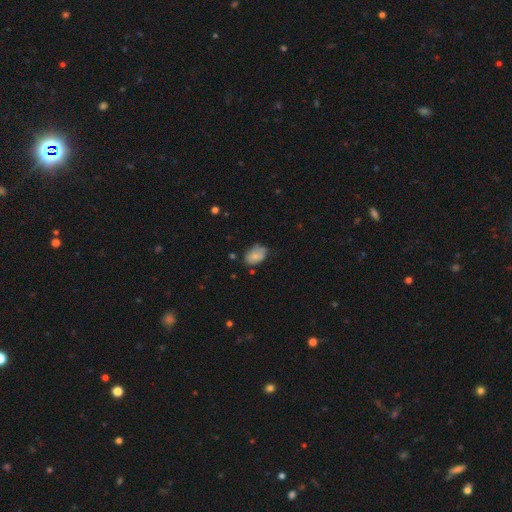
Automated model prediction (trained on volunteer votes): Q: Smooth or featured?
A: smooth (71%); runner-up: featured or disk (20%)
Q: How rounded?
A: in between (84%); runner-up: round (15%)
Q: Merging?
A: none (56%); runner-up: minor disturbance (34%)